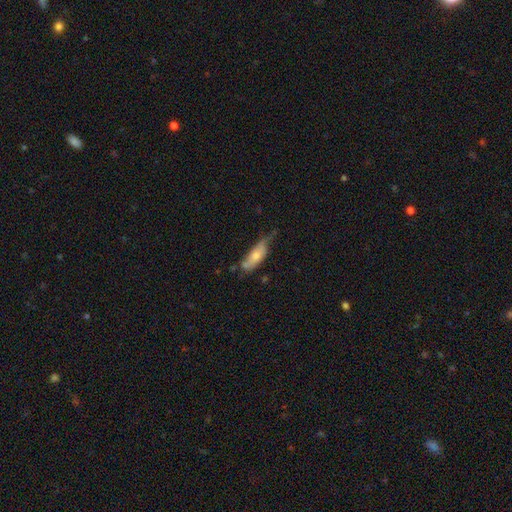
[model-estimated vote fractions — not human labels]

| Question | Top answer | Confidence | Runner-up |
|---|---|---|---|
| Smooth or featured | smooth | 59% | featured or disk (34%) |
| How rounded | in between | 67% | cigar-shaped (30%) |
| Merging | minor disturbance | 39% | none (38%) |